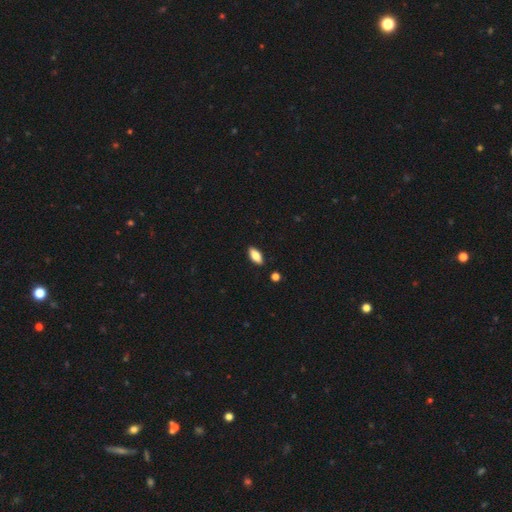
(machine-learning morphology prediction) This is likely a smooth galaxy (78%). How rounded: clearly in between (83%). Merging: clearly none (88%).